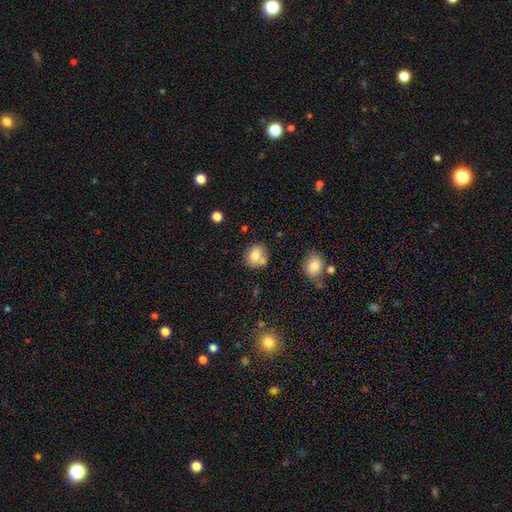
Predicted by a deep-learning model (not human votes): smooth-or-featured: smooth: 80% | featured or disk: 11% | star or artifact: 10%
  how-rounded: round: 56% | in between: 43% | cigar-shaped: 1%
  merging: none: 59% | merger: 20% | minor disturbance: 16% | major disturbance: 5%